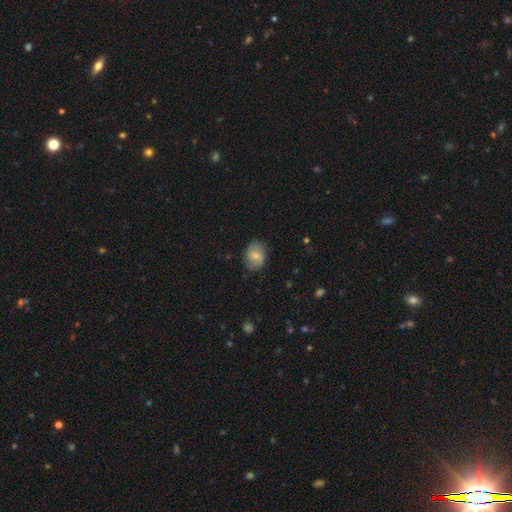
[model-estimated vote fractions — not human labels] This is likely a smooth galaxy (65%). How rounded: likely in between (64%). Merging: likely none (76%).